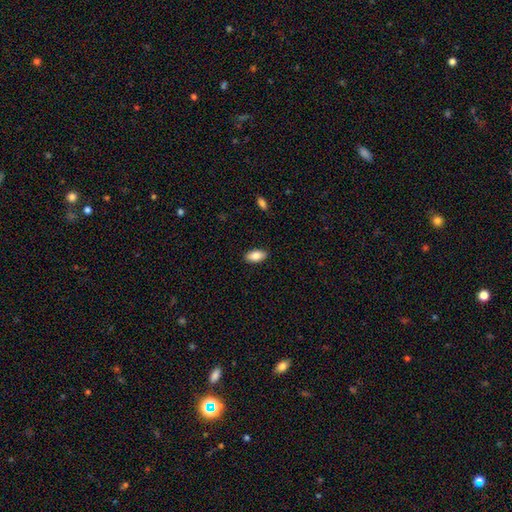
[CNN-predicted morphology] Q: Smooth or featured?
A: smooth (85%); runner-up: featured or disk (8%)
Q: How rounded?
A: in between (93%); runner-up: cigar-shaped (4%)
Q: Merging?
A: none (89%); runner-up: minor disturbance (8%)